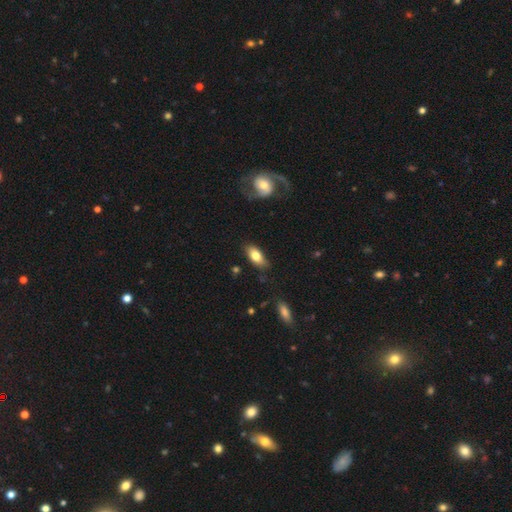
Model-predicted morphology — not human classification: A smooth galaxy with no disk features (77%) that is in between round and cigar-shaped (88%).

Vote fractions:
- Smooth or featured? smooth: 77% / featured or disk: 16% / star or artifact: 7%
- How rounded? in between: 88% / cigar-shaped: 8% / round: 4%
- Merging? none: 76% / minor disturbance: 18% / major disturbance: 4% / merger: 2%